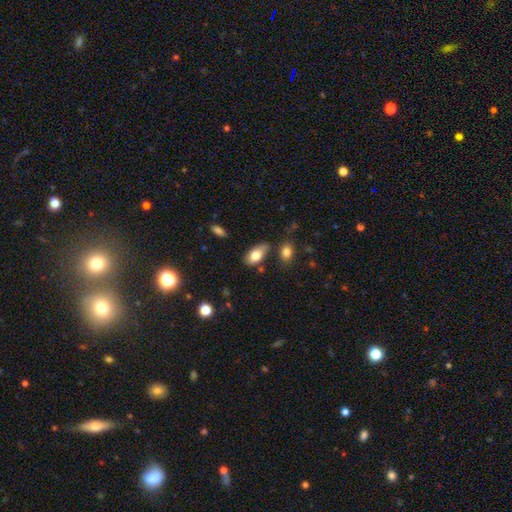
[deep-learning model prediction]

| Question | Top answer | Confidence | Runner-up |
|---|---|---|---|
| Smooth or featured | smooth | 79% | featured or disk (14%) |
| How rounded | in between | 92% | round (4%) |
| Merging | none | 61% | minor disturbance (25%) |